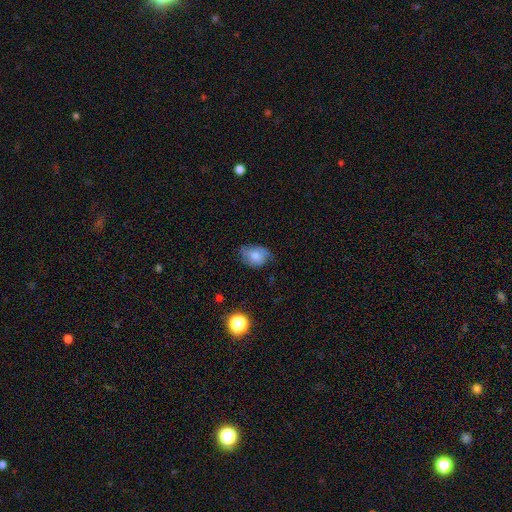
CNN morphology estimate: smooth 75%, featured or disk 15%, star or artifact 10%. Down the decision tree: how rounded — in between (72%); merging — none (54%).